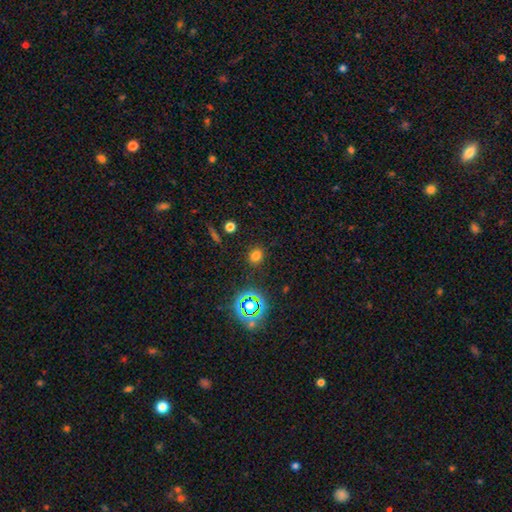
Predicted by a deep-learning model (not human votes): Smooth or featured: smooth — 73% (star or artifact — 21%)
How rounded: round — 72% (in between — 27%)
Merging: none — 87% (minor disturbance — 8%)